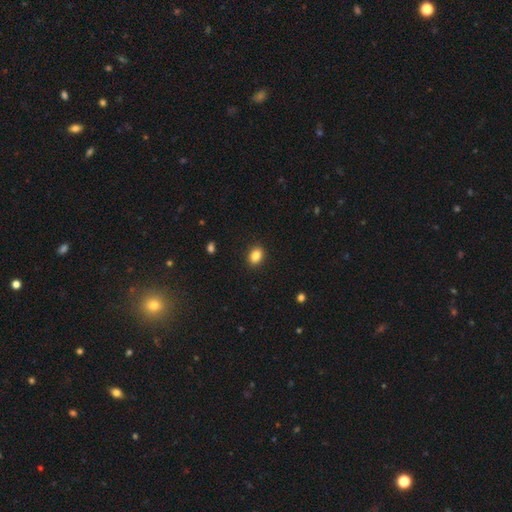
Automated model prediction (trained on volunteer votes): Smooth or featured: smooth — 86% (star or artifact — 9%)
How rounded: in between — 72% (round — 27%)
Merging: none — 90% (minor disturbance — 7%)